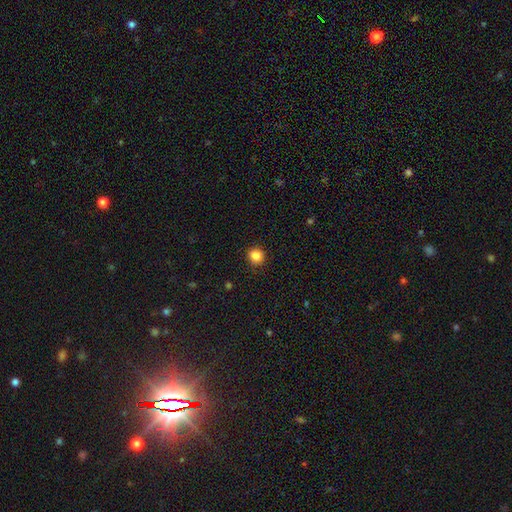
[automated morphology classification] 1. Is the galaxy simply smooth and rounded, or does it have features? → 85% smooth, 11% star or artifact, 3% featured or disk.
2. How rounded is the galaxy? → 88% round, 11% in between, 1% cigar-shaped.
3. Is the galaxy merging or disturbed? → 89% none, 7% minor disturbance, 2% major disturbance, 1% merger.